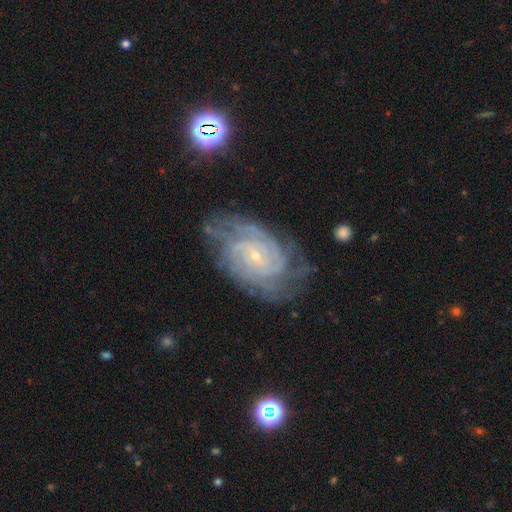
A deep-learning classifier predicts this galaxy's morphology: Smooth or featured: featured or disk — 87% (star or artifact — 7%)
Edge-on disk: no — 97% (yes — 3%)
Bar: no — 59% (weak — 33%)
Spiral arms: yes — 97% (no — 3%)
Spiral winding: tight — 72% (medium — 23%)
Spiral arm count: can't tell — 29% (4 — 24%)
Bulge size: small — 86% (moderate — 11%)
Merging: none — 71% (minor disturbance — 20%)